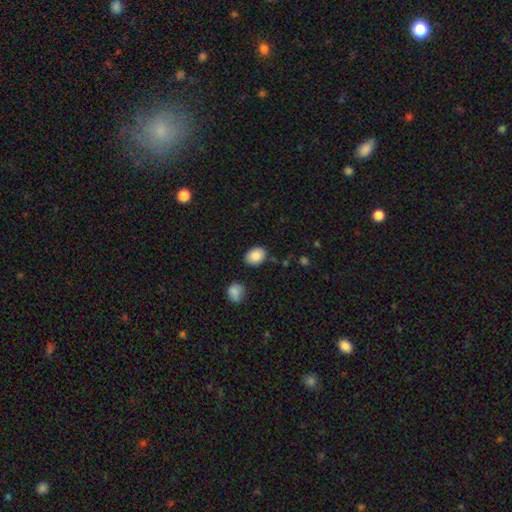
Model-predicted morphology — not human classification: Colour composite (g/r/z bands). It shows a smooth galaxy with no disk features (87%) that is in between round and cigar-shaped (71%). Merging: none (82%).